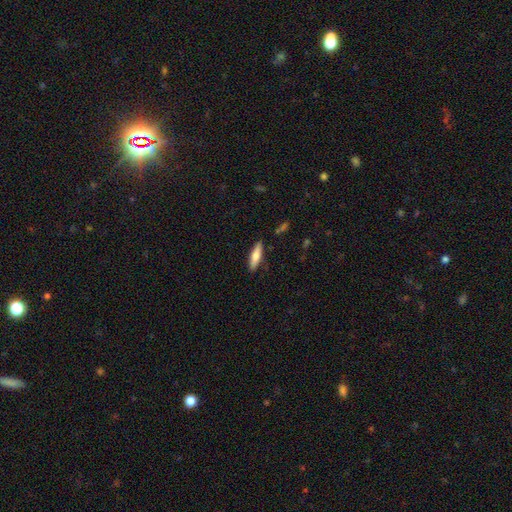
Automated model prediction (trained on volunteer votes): Overall: smooth (65%; featured or disk 29%). How rounded: cigar-shaped (70%). Merging: none (87%).